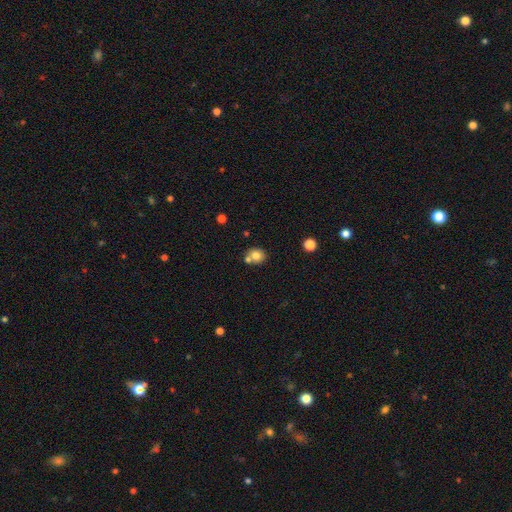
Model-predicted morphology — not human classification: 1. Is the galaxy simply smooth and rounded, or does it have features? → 77% smooth, 12% featured or disk, 11% star or artifact.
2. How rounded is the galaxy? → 75% round, 24% in between, 1% cigar-shaped.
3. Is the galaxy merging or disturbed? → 57% none, 30% merger, 10% minor disturbance, 3% major disturbance.